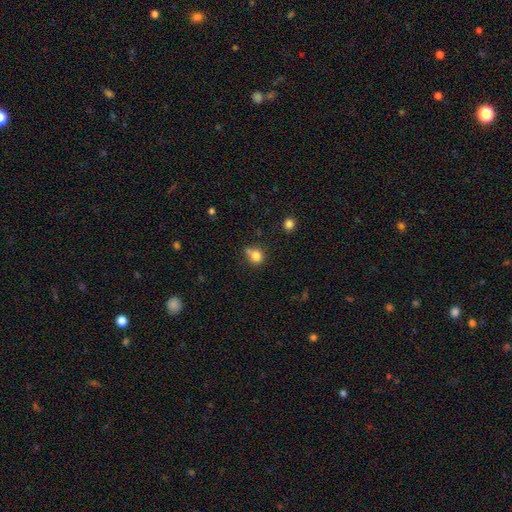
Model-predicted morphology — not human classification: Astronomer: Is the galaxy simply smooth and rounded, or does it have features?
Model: smooth — 81%.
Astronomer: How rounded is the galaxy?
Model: round — 80%.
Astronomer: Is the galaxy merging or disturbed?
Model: none — 57%.